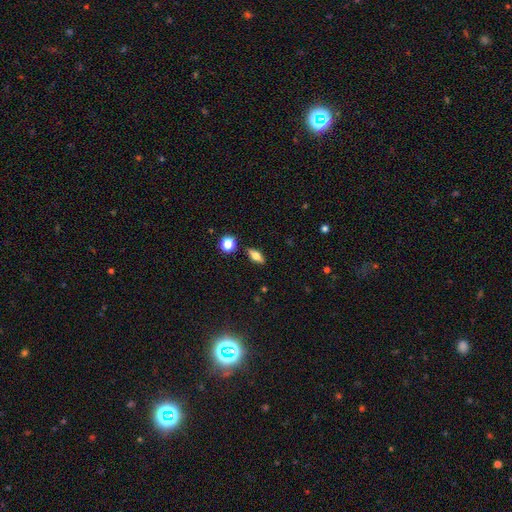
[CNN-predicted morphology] This is possibly a smooth galaxy (56%). How rounded: likely in between (70%). Merging: clearly none (87%).